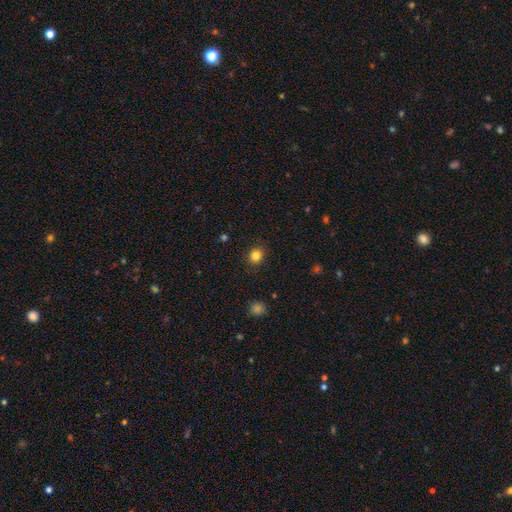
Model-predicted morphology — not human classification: type=smooth (83%); roundness=round (82%); merging=none (90%).